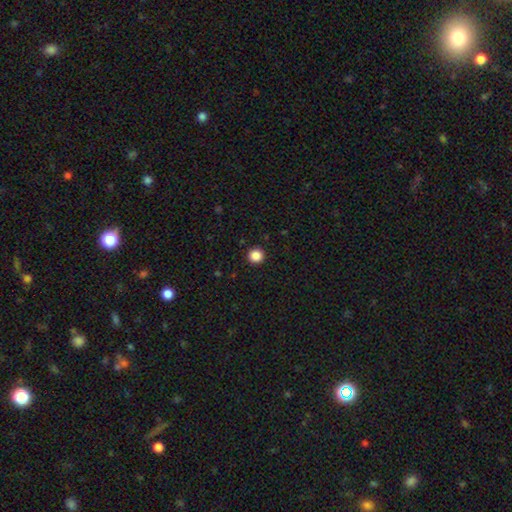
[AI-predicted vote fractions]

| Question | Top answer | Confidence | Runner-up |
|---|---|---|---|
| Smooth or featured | smooth | 87% | star or artifact (11%) |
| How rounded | round | 95% | in between (4%) |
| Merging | none | 93% | minor disturbance (4%) |